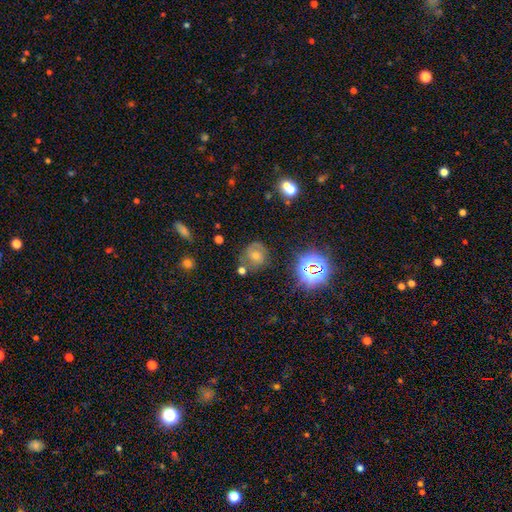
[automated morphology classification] Q: Smooth or featured?
A: star or artifact (34%); tied with: smooth (34%)